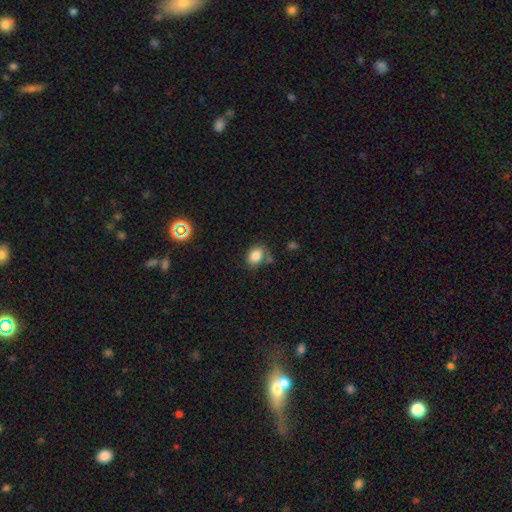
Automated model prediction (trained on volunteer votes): Smooth or featured: smooth — 84% (star or artifact — 10%)
How rounded: in between — 74% (round — 24%)
Merging: none — 62% (minor disturbance — 20%)